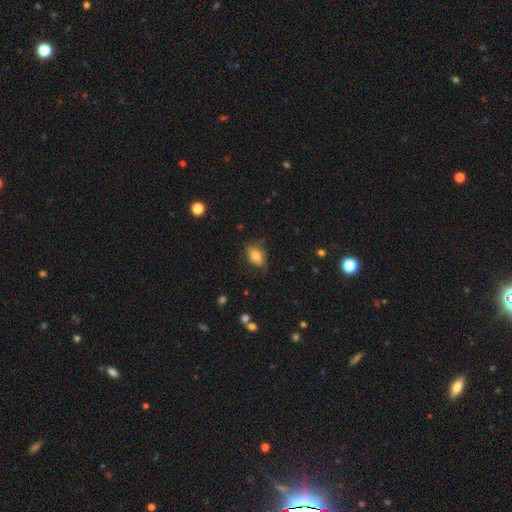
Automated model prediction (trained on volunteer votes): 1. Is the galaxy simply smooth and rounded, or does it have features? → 74% smooth, 17% featured or disk, 9% star or artifact.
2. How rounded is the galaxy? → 81% in between, 17% round, 2% cigar-shaped.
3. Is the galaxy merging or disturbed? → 59% none, 30% minor disturbance, 10% major disturbance, 2% merger.